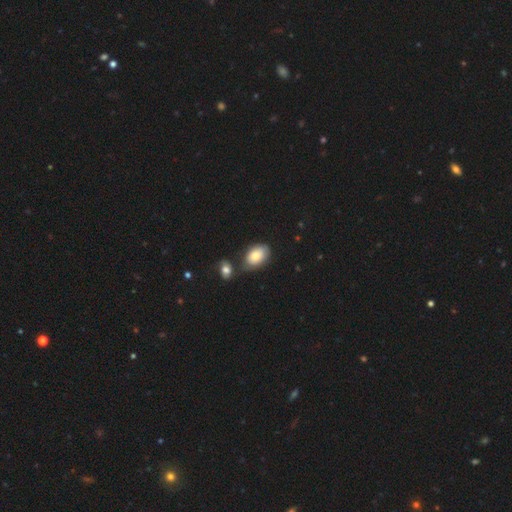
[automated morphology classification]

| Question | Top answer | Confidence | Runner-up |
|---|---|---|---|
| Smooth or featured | smooth | 78% | featured or disk (15%) |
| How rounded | in between | 91% | round (8%) |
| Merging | none | 59% | merger (19%) |